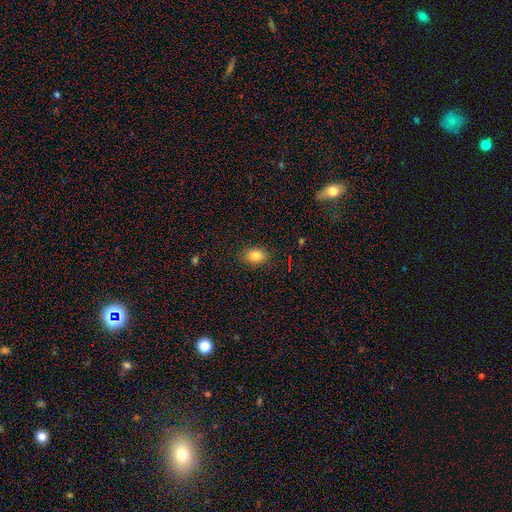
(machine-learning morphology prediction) smooth 83%, star or artifact 10%, featured or disk 7%. Down the decision tree: how rounded — in between (68%); merging — none (87%).